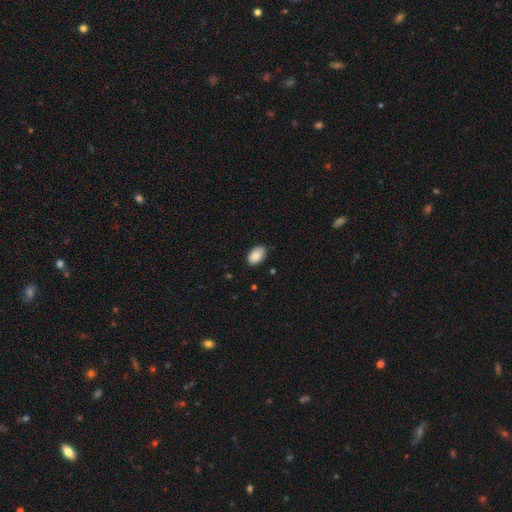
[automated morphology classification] This appears to be a smooth galaxy with no disk features (87%) that is in between round and cigar-shaped (92%). Merging: none (81%).